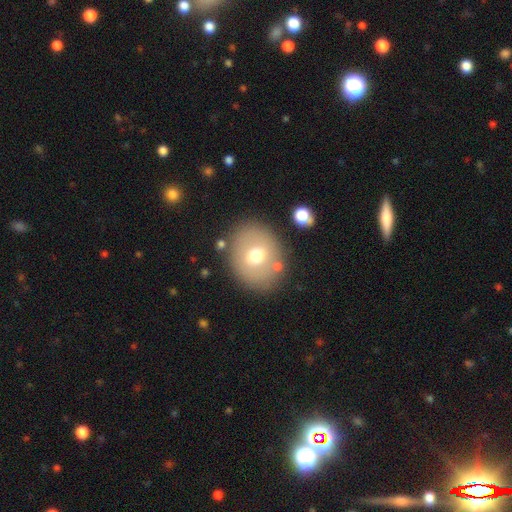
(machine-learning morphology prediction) type=smooth (64%); roundness=round (64%); merging=none (81%).